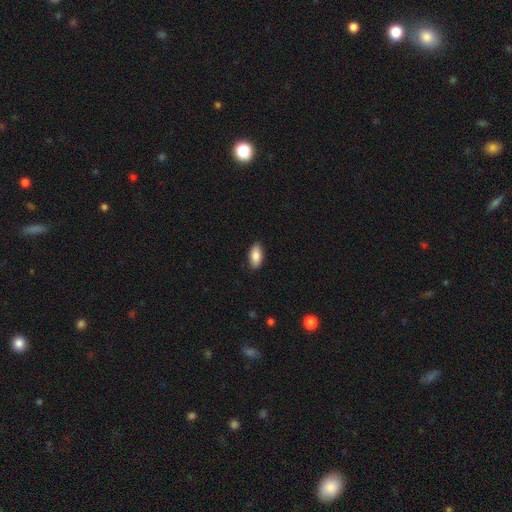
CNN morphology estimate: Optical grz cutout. It shows a smooth galaxy with no disk features (87%) that is in between round and cigar-shaped (92%). Merging: none (88%).